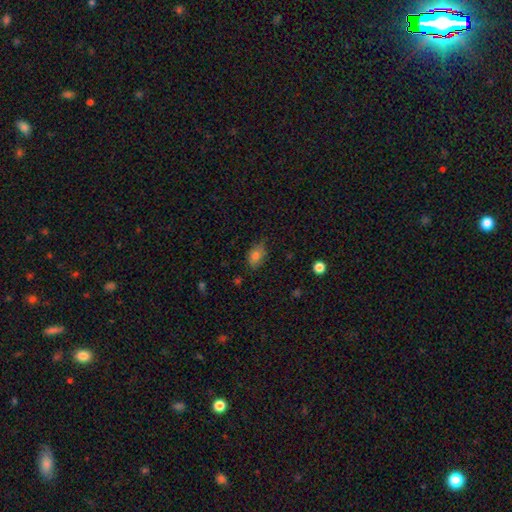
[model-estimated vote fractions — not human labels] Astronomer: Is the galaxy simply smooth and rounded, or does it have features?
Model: smooth — 80%.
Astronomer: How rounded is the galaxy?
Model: in between — 80%.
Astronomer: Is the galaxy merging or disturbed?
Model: none — 67%.